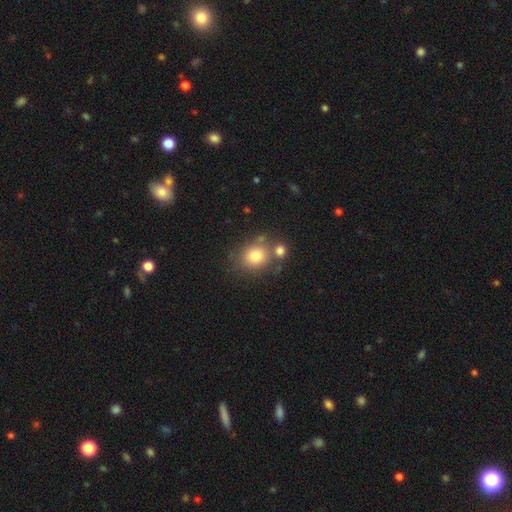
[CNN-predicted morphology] Smooth or featured: smooth — 79% (star or artifact — 11%)
How rounded: round — 74% (in between — 25%)
Merging: none — 64% (merger — 20%)